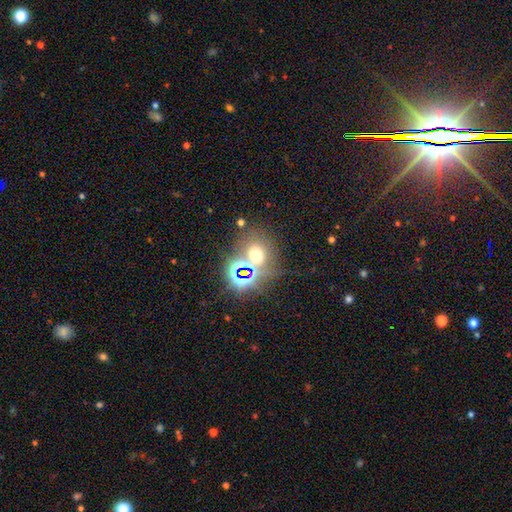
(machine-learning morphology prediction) type=smooth (52%); roundness=round (73%); merging=none (61%).